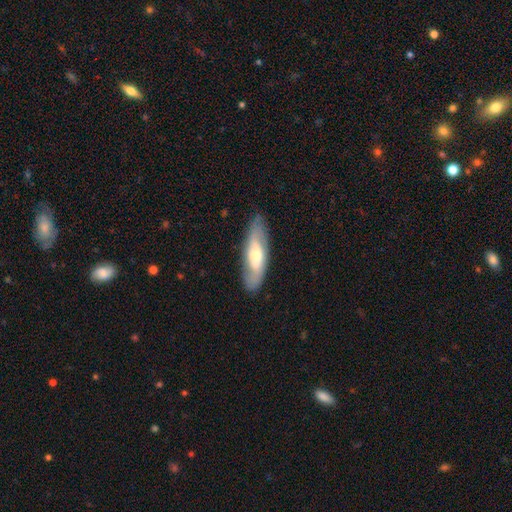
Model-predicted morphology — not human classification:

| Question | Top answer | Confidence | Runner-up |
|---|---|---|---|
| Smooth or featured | featured or disk | 49% | smooth (46%) |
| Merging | none | 83% | minor disturbance (13%) |